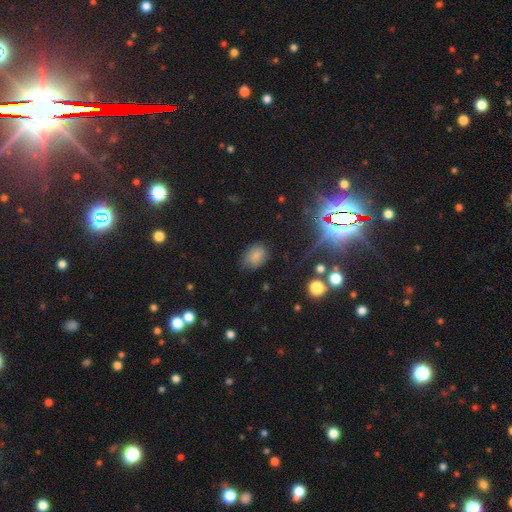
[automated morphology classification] The model was most divided on "how rounded": in between: 71%, round: 28%, cigar-shaped: 1%. More confident: smooth or featured — smooth (80%); merging — none (79%).